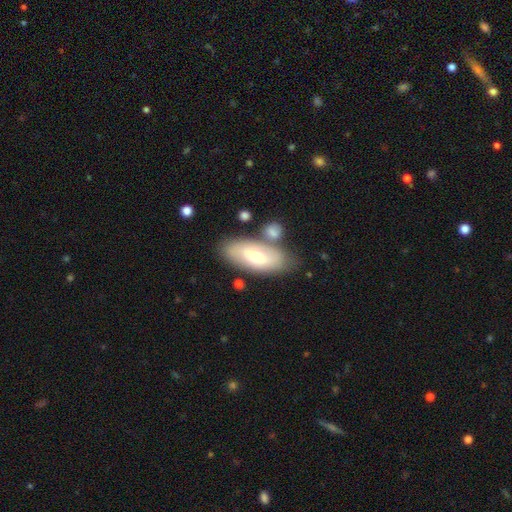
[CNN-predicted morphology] Smooth or featured: smooth — 57% (featured or disk — 37%)
How rounded: in between — 84% (cigar-shaped — 13%)
Merging: none — 67% (minor disturbance — 15%)